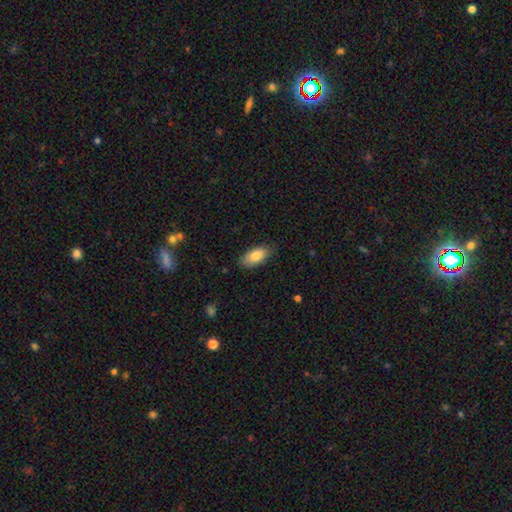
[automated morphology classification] This appears to be a smooth galaxy with no disk features (84%) that is in between round and cigar-shaped (90%). Merging: none (80%).